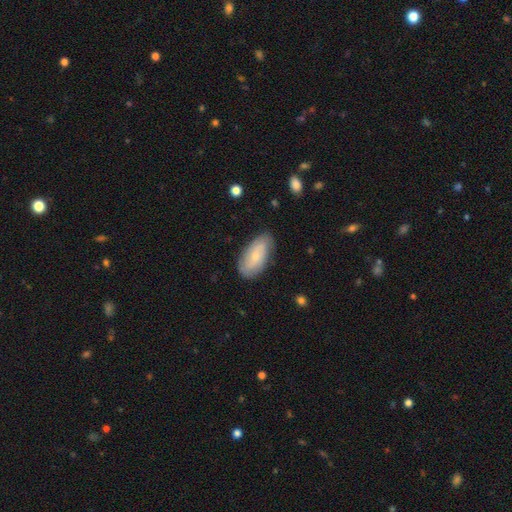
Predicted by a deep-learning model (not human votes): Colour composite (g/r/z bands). It shows a smooth galaxy with no disk features (54%) that is in between round and cigar-shaped (89%). Merging: none (80%).